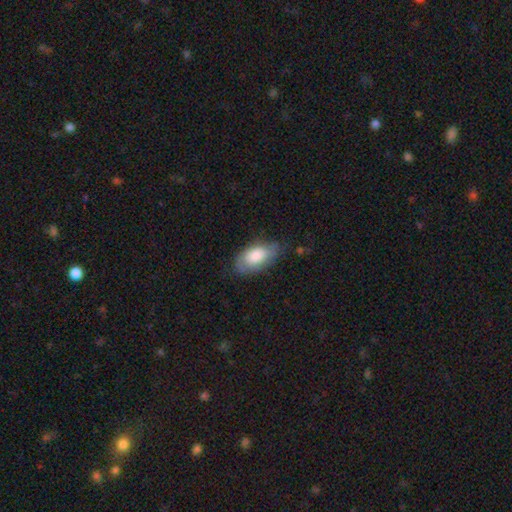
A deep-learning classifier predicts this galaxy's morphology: The model was most divided on "merging": none: 64%, minor disturbance: 28%, major disturbance: 7%, merger: 1%. More confident: how rounded — in between (93%); smooth or featured — smooth (72%).